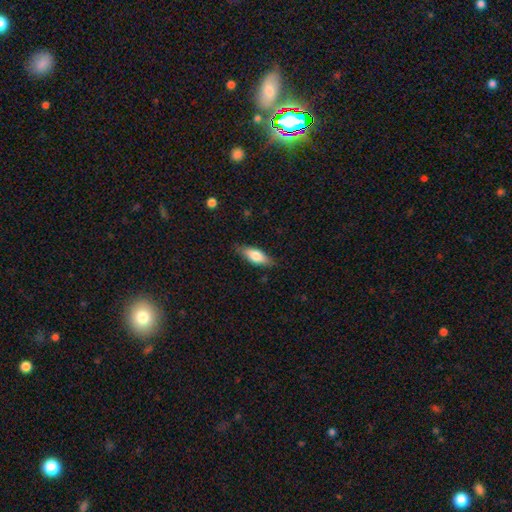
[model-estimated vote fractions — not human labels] This is likely a smooth galaxy (72%). How rounded: likely in between (68%). Merging: clearly none (81%).